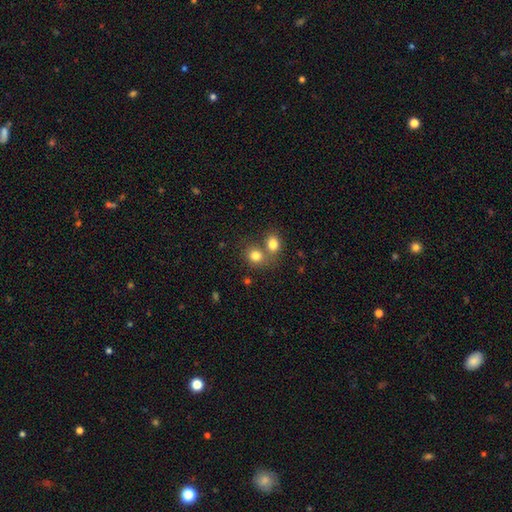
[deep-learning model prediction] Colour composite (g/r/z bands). It shows a smooth galaxy with no disk features (81%) that is round (68%). Merging: none (45%).